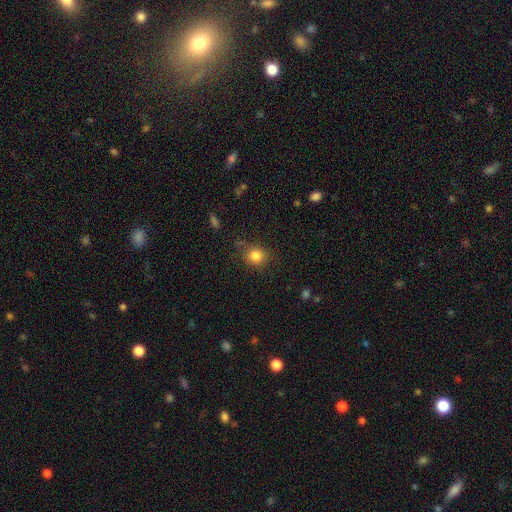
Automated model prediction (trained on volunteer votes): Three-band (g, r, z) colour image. It shows a smooth galaxy with no disk features (83%) that is round (81%). Merging: none (78%).